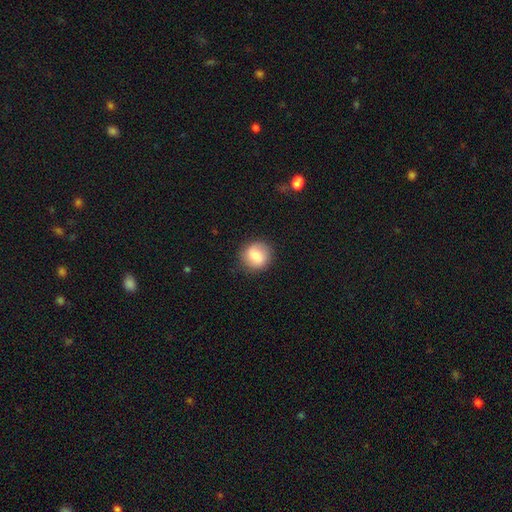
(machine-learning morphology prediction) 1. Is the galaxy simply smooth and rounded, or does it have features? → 77% smooth, 15% featured or disk, 8% star or artifact.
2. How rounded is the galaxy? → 86% round, 13% in between, 1% cigar-shaped.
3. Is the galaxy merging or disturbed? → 85% none, 11% minor disturbance, 3% major disturbance, 1% merger.